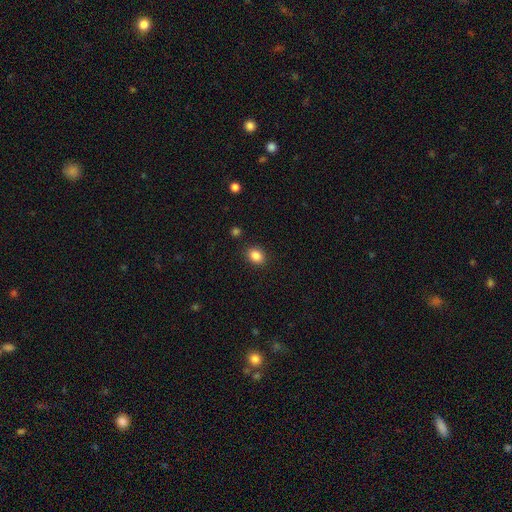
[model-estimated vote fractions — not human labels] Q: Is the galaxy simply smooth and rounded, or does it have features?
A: smooth — 86%.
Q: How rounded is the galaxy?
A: in between — 58%.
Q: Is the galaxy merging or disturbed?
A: none — 88%.